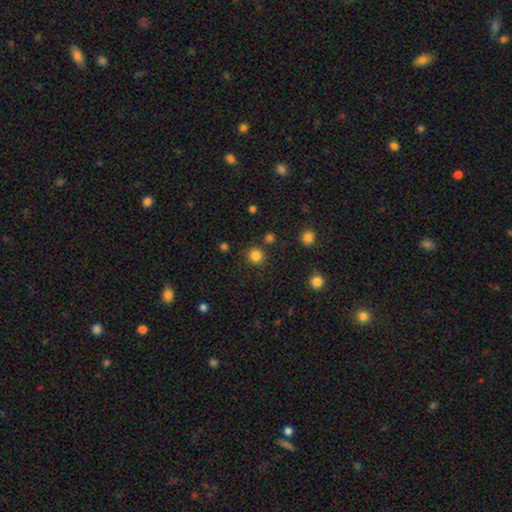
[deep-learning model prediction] A smooth galaxy with no disk features (83%) that is round (91%). Merging: none (86%).